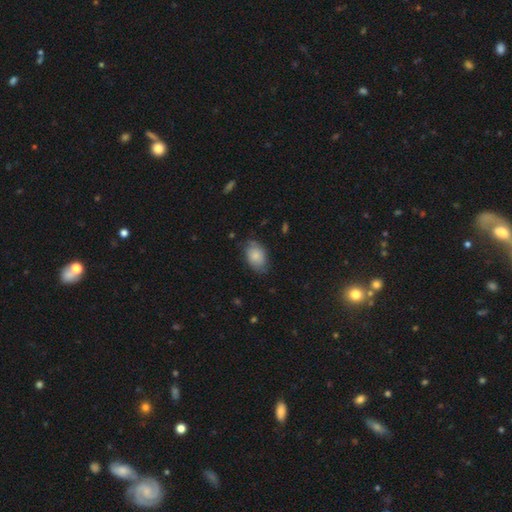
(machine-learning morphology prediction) smooth 78%, featured or disk 15%, star or artifact 7%. Down the decision tree: how rounded — in between (87%); merging — none (68%).